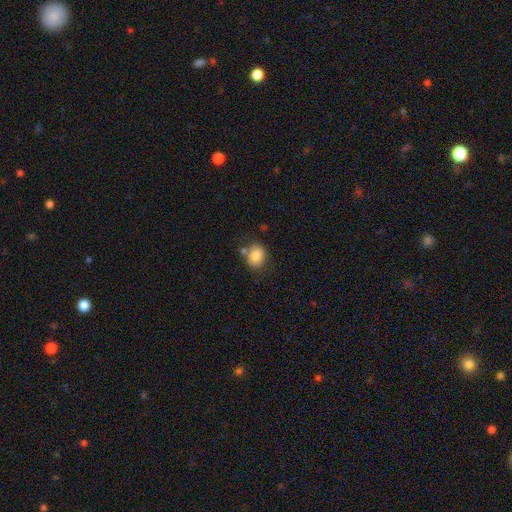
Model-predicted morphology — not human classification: A smooth galaxy with no disk features (82%) that is round (58%). Merging: none (68%).